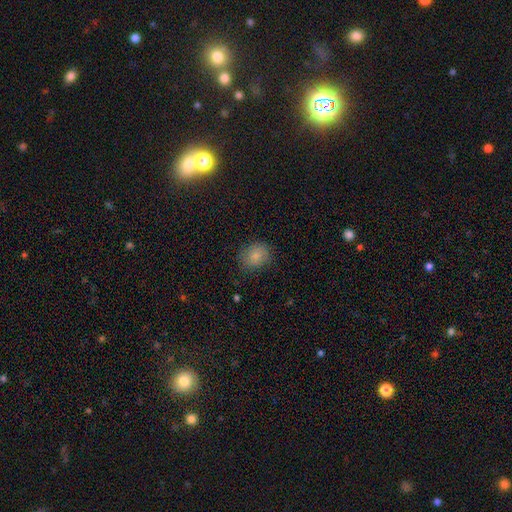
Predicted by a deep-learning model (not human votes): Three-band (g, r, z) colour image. It shows a smooth galaxy with no disk features (84%) that is round (55%). Merging: none (79%).